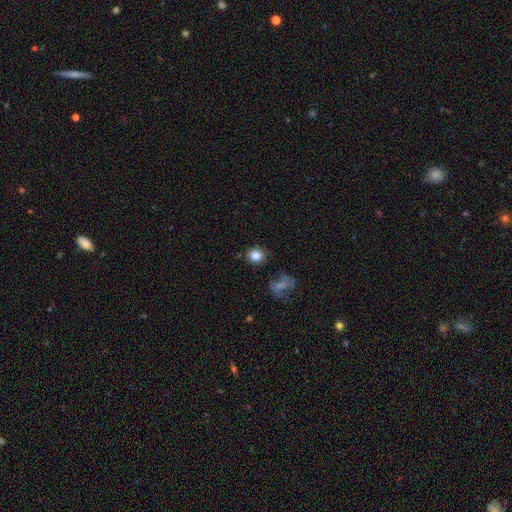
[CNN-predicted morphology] Overall: smooth (82%). How rounded: round (81%). Merging: none (85%).